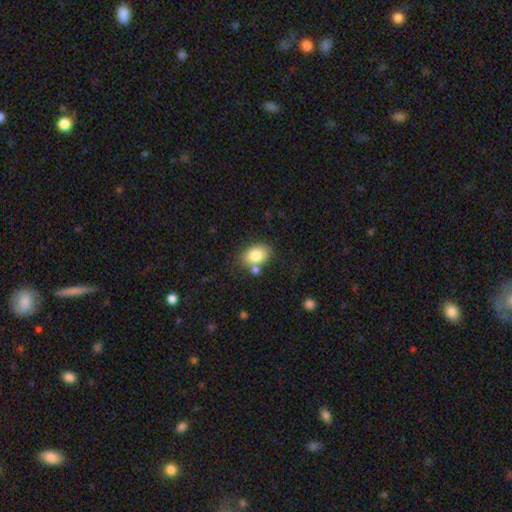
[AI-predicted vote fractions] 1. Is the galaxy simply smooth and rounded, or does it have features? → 81% smooth, 11% featured or disk, 8% star or artifact.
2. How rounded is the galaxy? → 78% in between, 21% round, 1% cigar-shaped.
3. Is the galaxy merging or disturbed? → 65% none, 16% merger, 14% minor disturbance, 4% major disturbance.